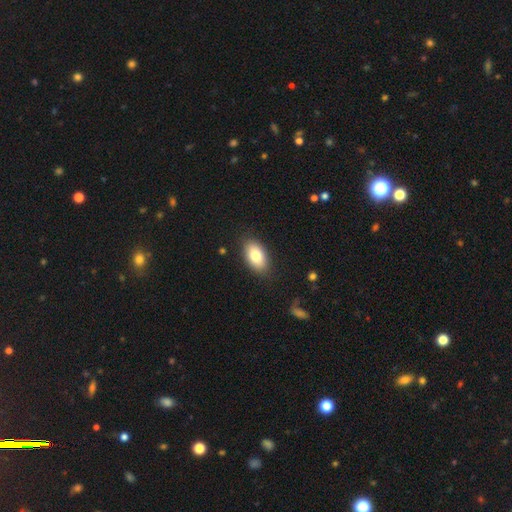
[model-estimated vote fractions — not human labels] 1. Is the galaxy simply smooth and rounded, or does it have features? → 82% smooth, 11% featured or disk, 7% star or artifact.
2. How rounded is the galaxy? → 93% in between, 5% round, 2% cigar-shaped.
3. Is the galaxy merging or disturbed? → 86% none, 10% minor disturbance, 3% major disturbance, 1% merger.